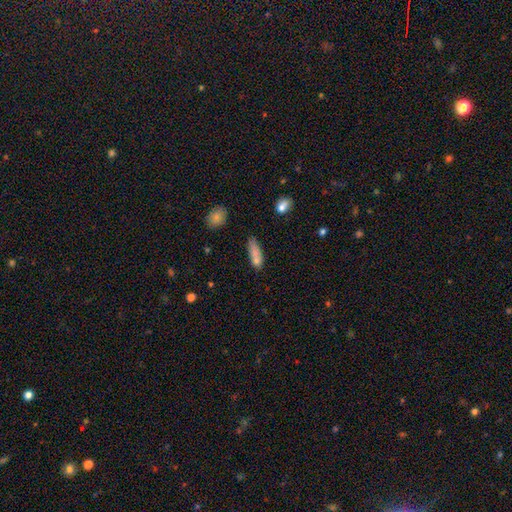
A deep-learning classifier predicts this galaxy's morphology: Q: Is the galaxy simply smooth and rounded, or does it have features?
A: smooth — 77%.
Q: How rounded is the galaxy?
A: in between — 52%.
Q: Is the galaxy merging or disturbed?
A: none — 50%.